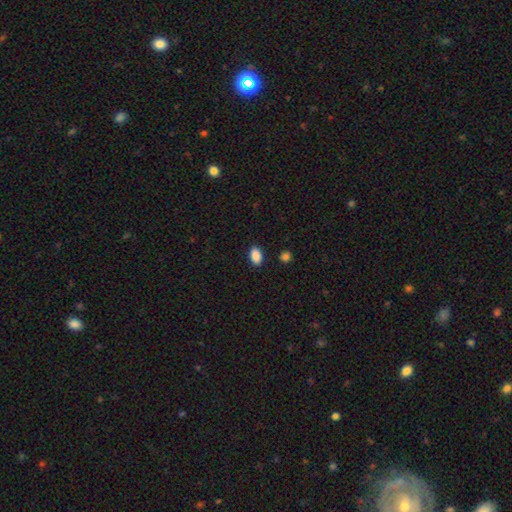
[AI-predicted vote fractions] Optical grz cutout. It shows a smooth galaxy with no disk features (89%) that is in between round and cigar-shaped (90%). Merging: none (87%).